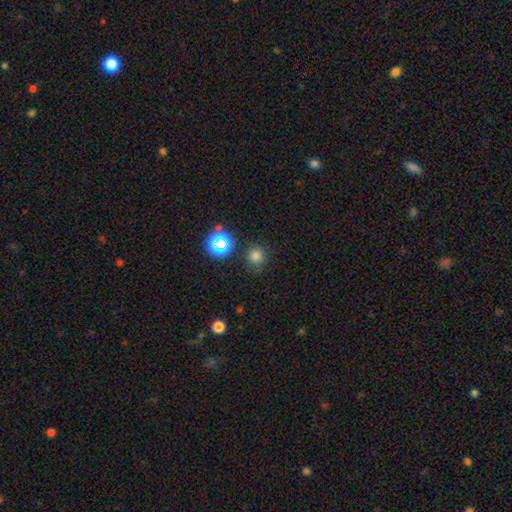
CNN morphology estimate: The model was most divided on "smooth or featured": smooth: 75%, star or artifact: 20%, featured or disk: 5%. More confident: how rounded — round (92%); merging — none (82%).